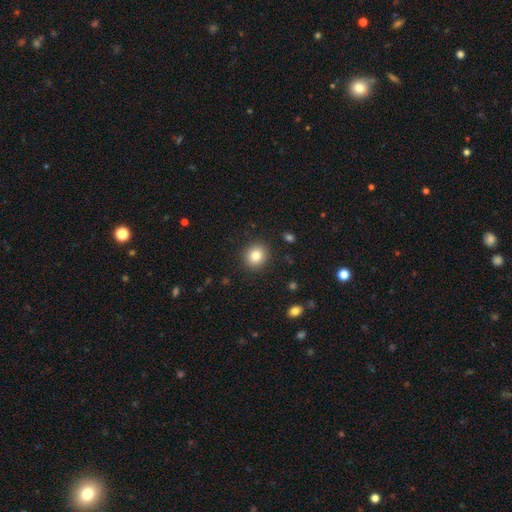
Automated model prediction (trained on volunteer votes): A smooth galaxy with no disk features (82%) that is round (81%). Merging: none (90%).